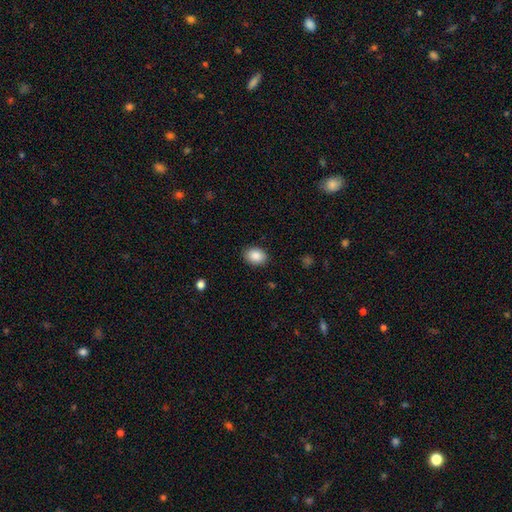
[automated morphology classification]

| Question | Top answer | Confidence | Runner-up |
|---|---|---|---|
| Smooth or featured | smooth | 88% | star or artifact (8%) |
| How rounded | in between | 66% | round (33%) |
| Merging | none | 88% | minor disturbance (9%) |